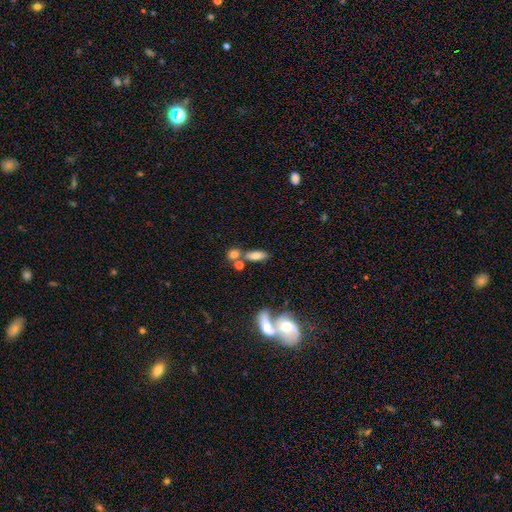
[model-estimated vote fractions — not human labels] A smooth galaxy with no disk features (71%) that is in between round and cigar-shaped (66%).

Vote fractions:
- Smooth or featured? smooth: 71% / featured or disk: 20% / star or artifact: 9%
- How rounded? in between: 66% / cigar-shaped: 29% / round: 5%
- Merging? none: 57% / merger: 26% / minor disturbance: 12% / major disturbance: 5%